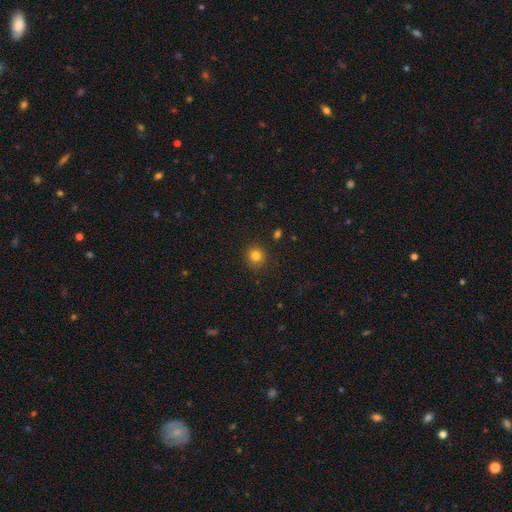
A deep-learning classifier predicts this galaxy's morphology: A smooth galaxy with no disk features (82%) that is round (92%). Merging: none (90%).